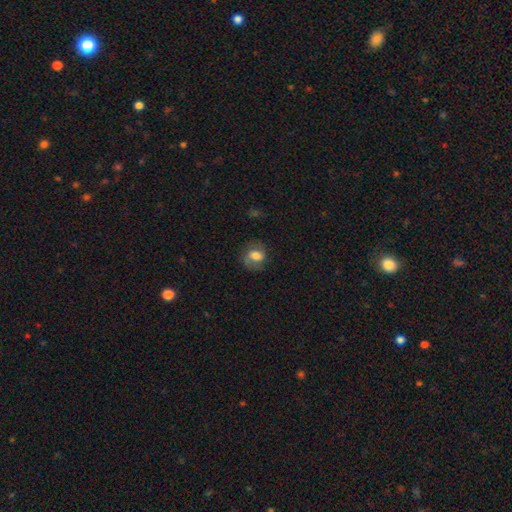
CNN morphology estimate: Overall: smooth (54%; featured or disk 37%). How rounded: round (52%; in between 47%). Merging: none (72%).